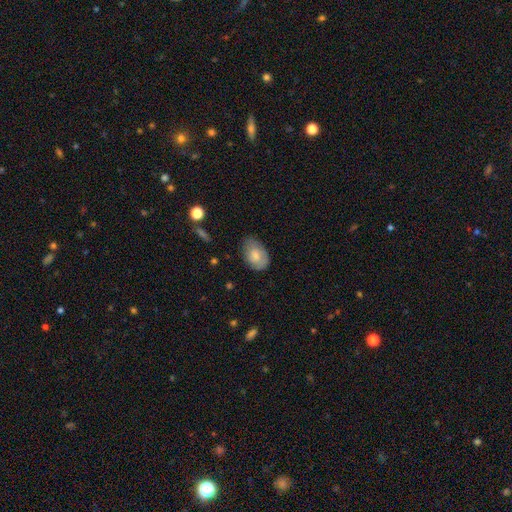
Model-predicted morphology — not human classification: smooth-or-featured: smooth: 71% | featured or disk: 22% | star or artifact: 7%
  how-rounded: in between: 87% | round: 12% | cigar-shaped: 1%
  merging: none: 67% | minor disturbance: 26% | major disturbance: 6% | merger: 1%